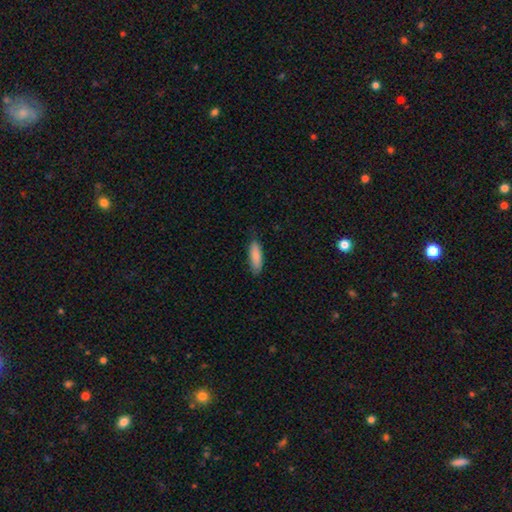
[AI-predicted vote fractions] The model was most divided on "how rounded": in between: 58%, cigar-shaped: 40%, round: 2%. More confident: smooth or featured — smooth (86%); merging — none (81%).